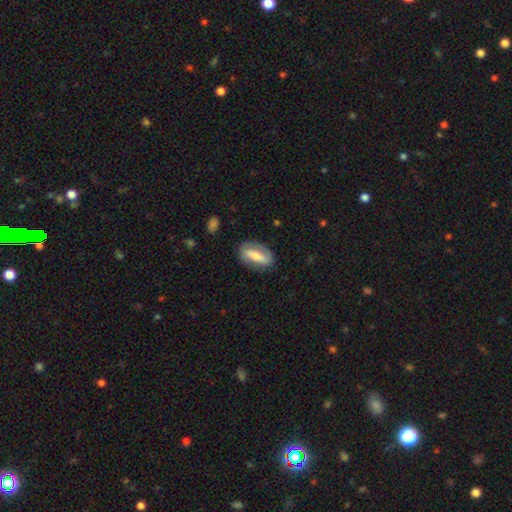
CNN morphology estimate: featured or disk 52%, smooth 42%, star or artifact 6%. Down the decision tree: edge-on disk — no (86%); merging — none (78%).